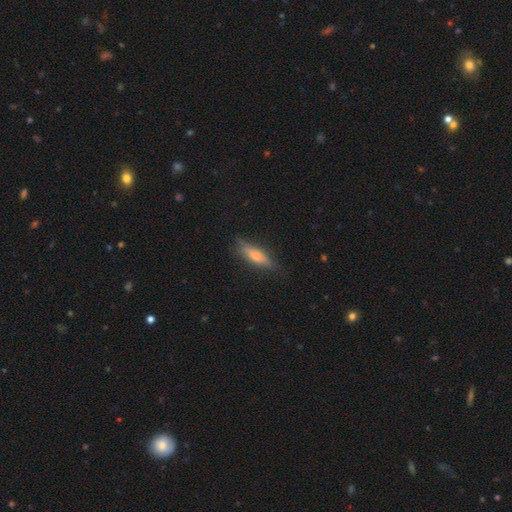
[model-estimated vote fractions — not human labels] Morphology: type=smooth (66%); roundness=cigar-shaped (56%); merging=none (77%).